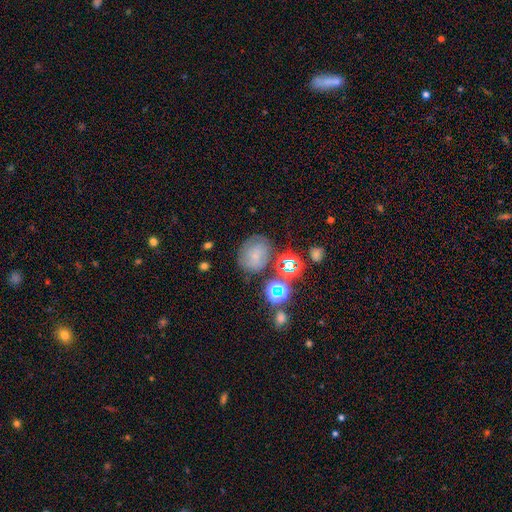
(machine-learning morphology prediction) The model was most divided on "smooth or featured": smooth: 50%, featured or disk: 29%, star or artifact: 21%. More confident: merging — none (64%).